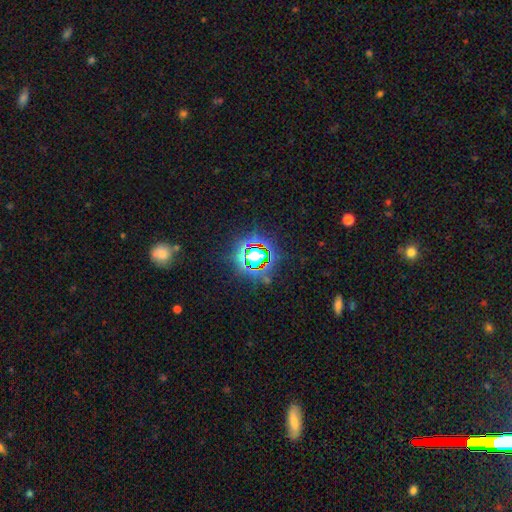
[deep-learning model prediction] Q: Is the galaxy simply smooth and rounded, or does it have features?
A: star or artifact — 73%.